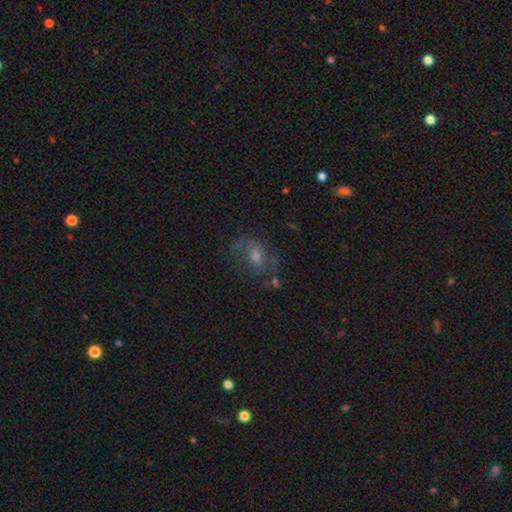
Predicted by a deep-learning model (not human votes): This is possibly a featured or disk galaxy (46%). Merging: likely none (60%).